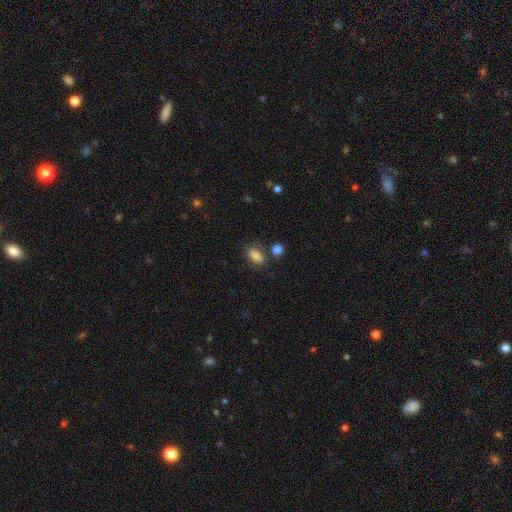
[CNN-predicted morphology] Smooth or featured? smooth (82%)
How rounded? in between (83%)
Merging? none (59%)